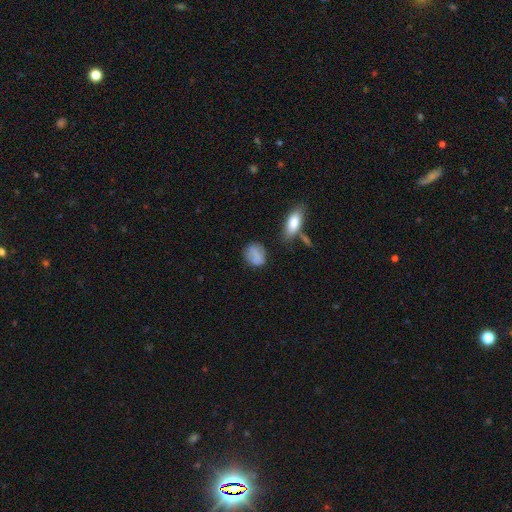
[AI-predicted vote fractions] Smooth or featured? Predicted: smooth (p=0.74). How rounded? Predicted: round (p=0.50). Merging? Predicted: none (p=0.68).